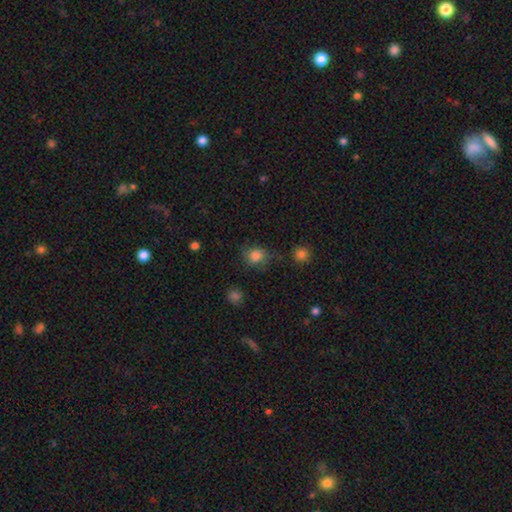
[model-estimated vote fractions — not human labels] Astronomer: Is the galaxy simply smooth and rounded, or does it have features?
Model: smooth — 82%.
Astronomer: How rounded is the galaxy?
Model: round — 75%.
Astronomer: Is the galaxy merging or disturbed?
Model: none — 69%.